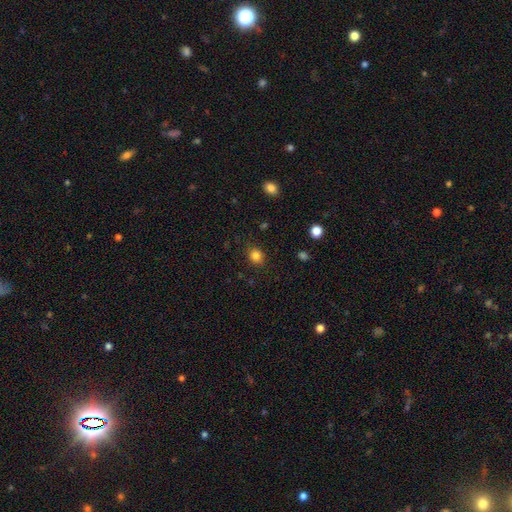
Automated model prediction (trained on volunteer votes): Smooth or featured? Predicted: smooth (p=0.84). How rounded? Predicted: round (p=0.67). Merging? Predicted: none (p=0.85).